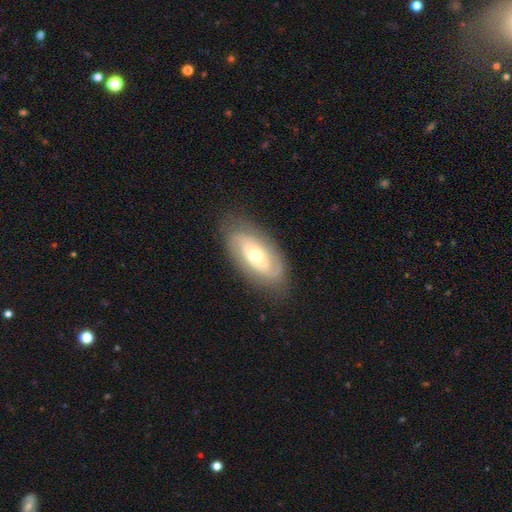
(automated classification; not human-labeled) Smooth or featured? featured or disk (69%)
Edge-on disk? no (90%)
Bar? no (76%)
Spiral arms? yes (70%)
Bulge size? moderate (65%)
Merging? none (81%)